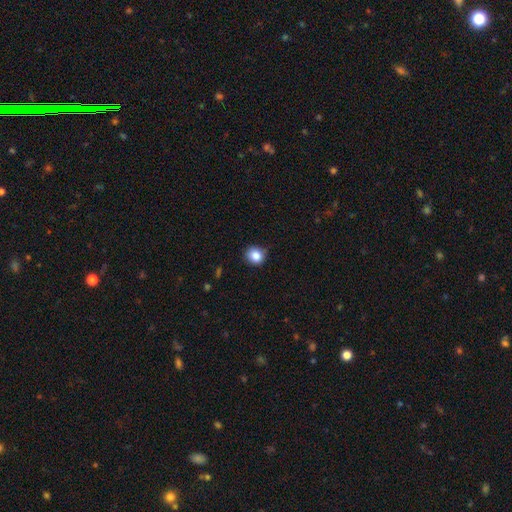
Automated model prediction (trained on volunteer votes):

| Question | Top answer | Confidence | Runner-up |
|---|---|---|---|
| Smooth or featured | smooth | 84% | star or artifact (10%) |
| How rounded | round | 82% | in between (17%) |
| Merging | none | 80% | minor disturbance (16%) |